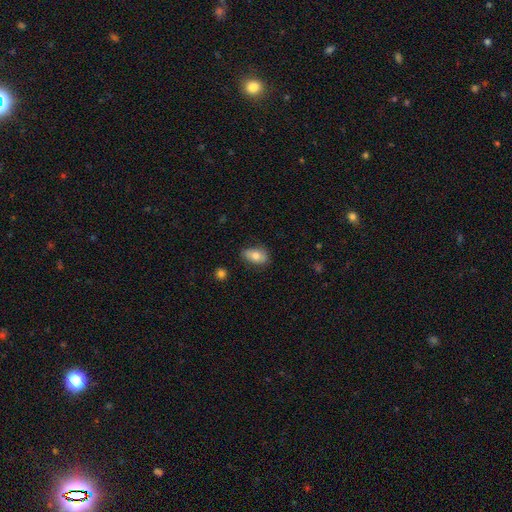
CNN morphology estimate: Smooth or featured: smooth — 76% (featured or disk — 17%)
How rounded: in between — 89% (round — 8%)
Merging: none — 77% (minor disturbance — 18%)